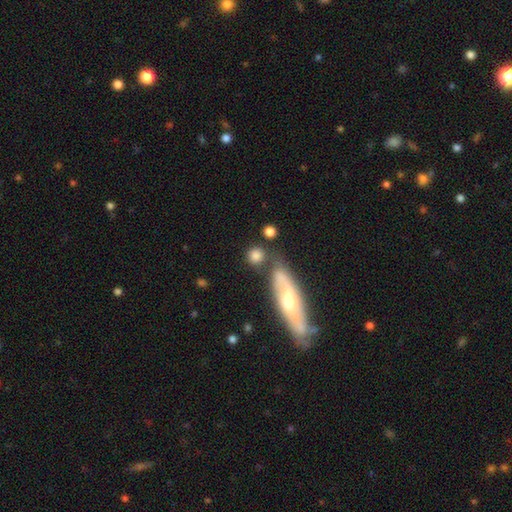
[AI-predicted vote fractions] Smooth or featured?
  - smooth: 81% *
  - featured or disk: 11%
  - star or artifact: 8%
How rounded?
  - round: 81% *
  - in between: 14%
  - cigar-shaped: 5%
Merging?
  - none: 68% *
  - merger: 16%
  - minor disturbance: 11%
  - major disturbance: 5%